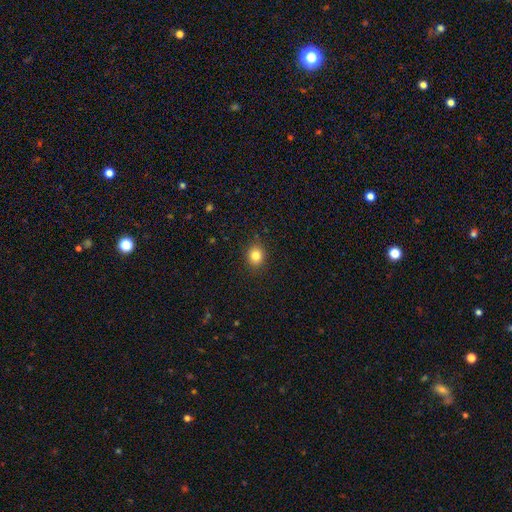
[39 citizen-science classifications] smooth-or-featured: smooth: 85% | featured or disk: 10% | star or artifact: 5%
  how-rounded: round: 70% | in between: 30% | cigar-shaped: 0%
  merging: none: 86% | minor disturbance: 5% | major disturbance: 5% | merger: 3%